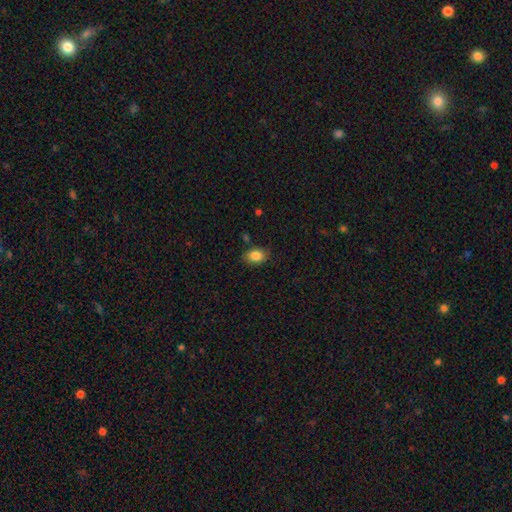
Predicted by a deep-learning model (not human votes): Overall: smooth (85%). How rounded: in between (79%). Merging: none (80%).